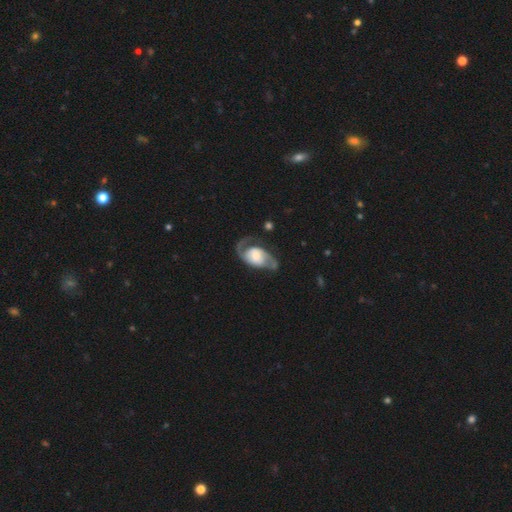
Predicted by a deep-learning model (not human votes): Smooth or featured?
  - featured or disk: 79% *
  - smooth: 16%
  - star or artifact: 5%
Edge-on disk?
  - no: 96% *
  - yes: 4%
Bar?
  - no: 63% *
  - weak: 28%
  - strong: 9%
Spiral arms?
  - yes: 91% *
  - no: 9%
Spiral winding?
  - medium: 44% *
  - loose: 35%
  - tight: 21%
Spiral arm count?
  - 2: 81% *
  - 1: 11%
  - can't tell: 5%
  - 3: 1%
  - 4: 1%
  - more than 4: 1%
Bulge size?
  - moderate: 42% *
  - small: 36%
  - large: 16%
  - none: 3%
  - dominant: 3%
Merging?
  - none: 56% *
  - major disturbance: 21%
  - minor disturbance: 21%
  - merger: 3%